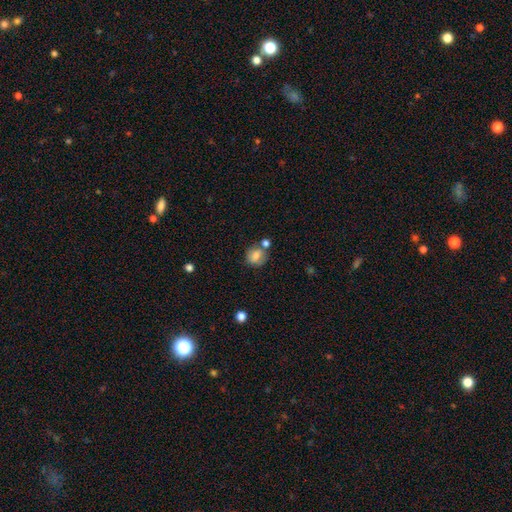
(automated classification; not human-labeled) Morphology: type=smooth (78%); roundness=round (74%); merging=none (57%).